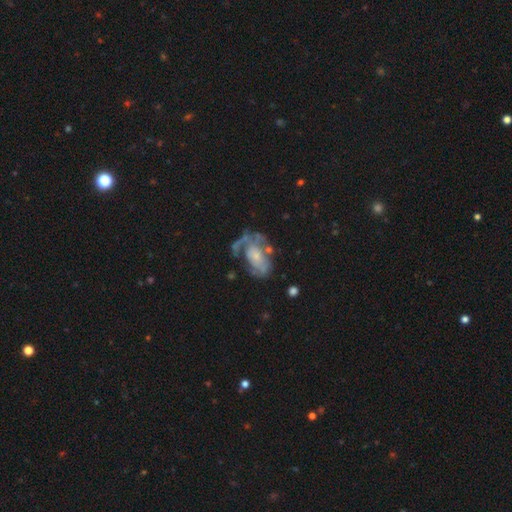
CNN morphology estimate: Smooth or featured? featured or disk (70%)
Edge-on disk? no (96%)
Bar? no (76%)
Spiral arms? yes (63%)
Bulge size? small (52%)
Merging? none (38%)